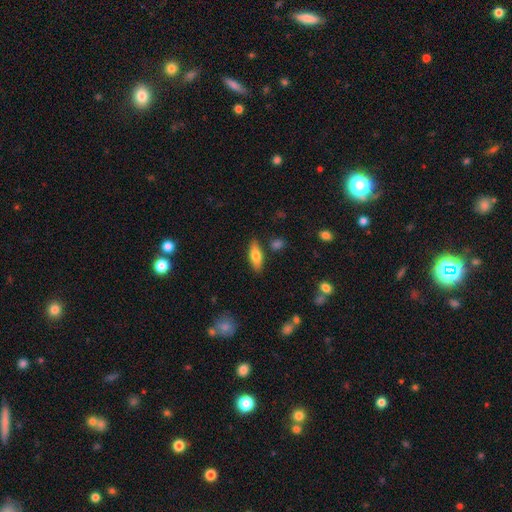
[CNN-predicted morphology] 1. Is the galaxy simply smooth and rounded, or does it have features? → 70% smooth, 23% featured or disk, 7% star or artifact.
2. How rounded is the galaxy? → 66% in between, 31% cigar-shaped, 3% round.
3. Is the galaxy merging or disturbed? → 83% none, 11% minor disturbance, 4% merger, 2% major disturbance.